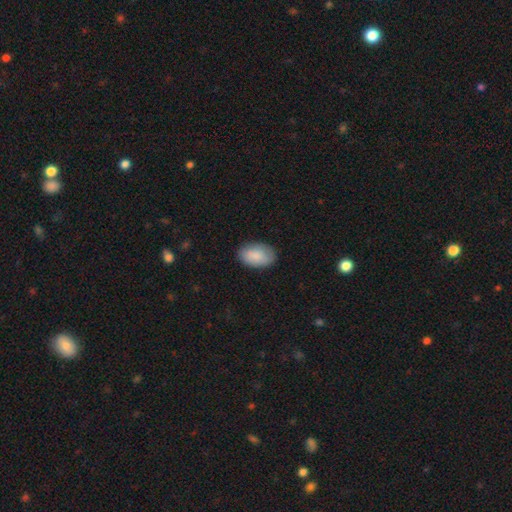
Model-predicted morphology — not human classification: Smooth or featured? smooth (87%)
How rounded? in between (92%)
Merging? none (82%)